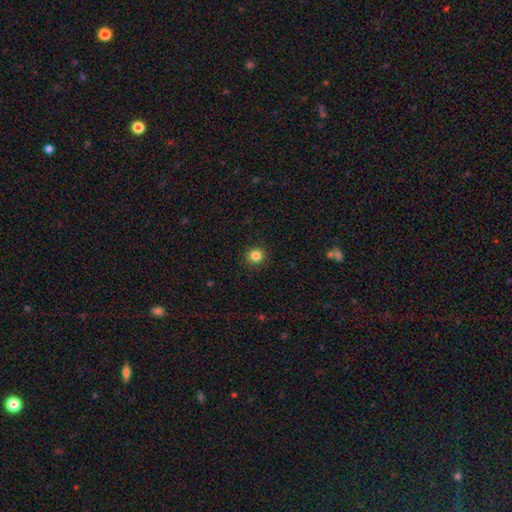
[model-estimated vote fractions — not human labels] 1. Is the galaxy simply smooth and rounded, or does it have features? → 84% smooth, 12% star or artifact, 4% featured or disk.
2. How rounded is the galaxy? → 92% round, 7% in between, 1% cigar-shaped.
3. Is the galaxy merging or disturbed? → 92% none, 5% minor disturbance, 2% major disturbance, 1% merger.